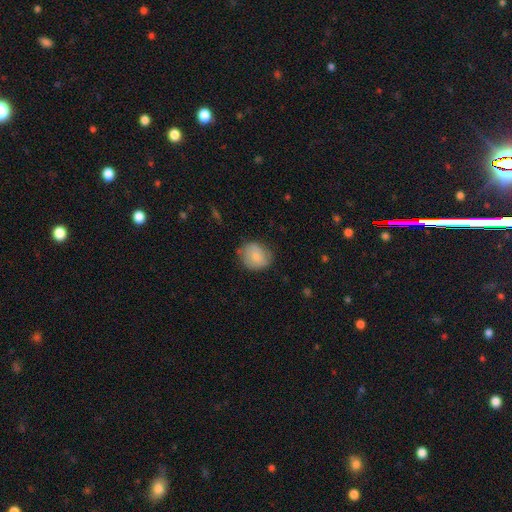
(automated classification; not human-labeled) Morphology: type=smooth (75%); roundness=round (69%); merging=none (72%).